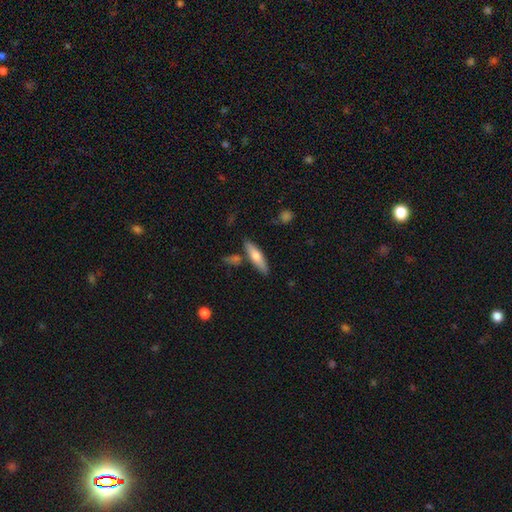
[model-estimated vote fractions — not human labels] Smooth or featured? smooth (63%)
How rounded? cigar-shaped (66%)
Merging? none (79%)